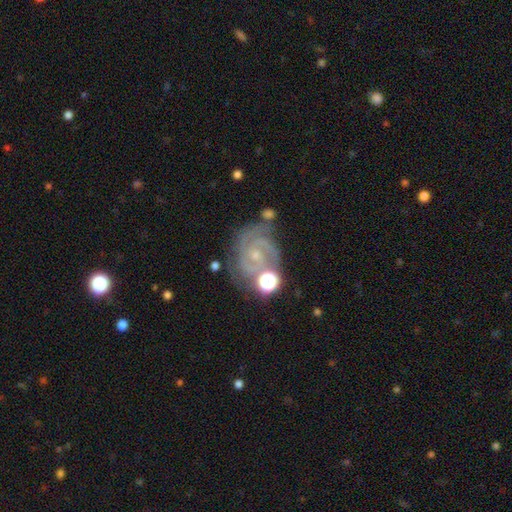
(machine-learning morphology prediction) Smooth or featured? featured or disk (83%)
Edge-on disk? no (98%)
Bar? no (61%)
Spiral arms? yes (96%)
Spiral winding? tight (62%)
Spiral arm count? 2 (44%)
Bulge size? small (70%)
Merging? none (63%)